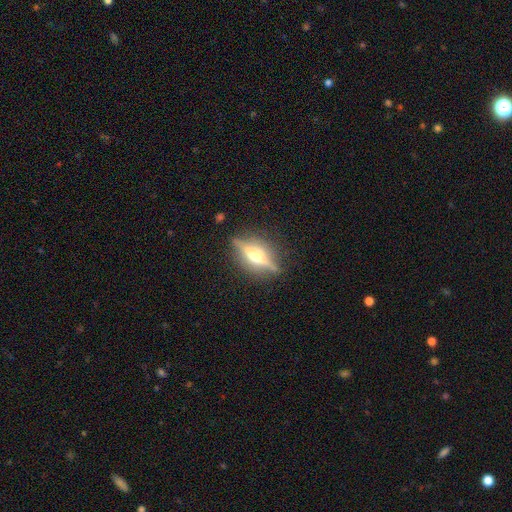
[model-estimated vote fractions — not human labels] Smooth or featured?
  - featured or disk: 73% *
  - smooth: 19%
  - star or artifact: 7%
Edge-on disk?
  - yes: 92% *
  - no: 8%
Edge-on bulge?
  - rounded: 92% *
  - boxy: 5%
  - none: 3%
Merging?
  - none: 83% *
  - minor disturbance: 12%
  - major disturbance: 4%
  - merger: 2%